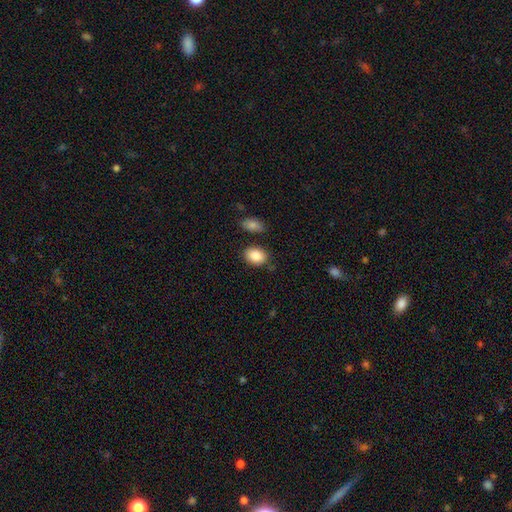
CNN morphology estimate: Q: Smooth or featured?
A: smooth (87%); runner-up: star or artifact (7%)
Q: How rounded?
A: in between (72%); runner-up: round (27%)
Q: Merging?
A: none (79%); runner-up: minor disturbance (13%)